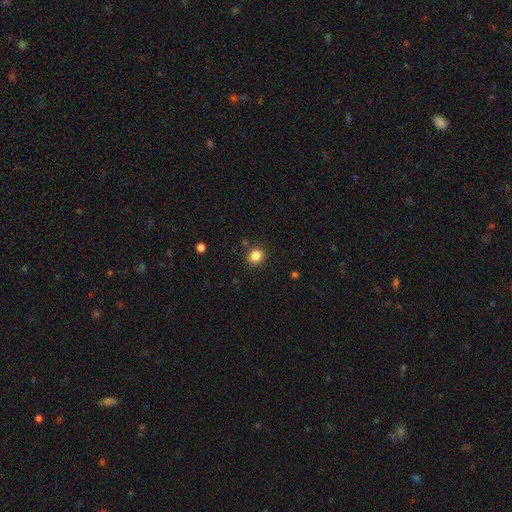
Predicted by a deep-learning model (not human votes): Overall: smooth (84%). How rounded: round (72%). Merging: none (87%).